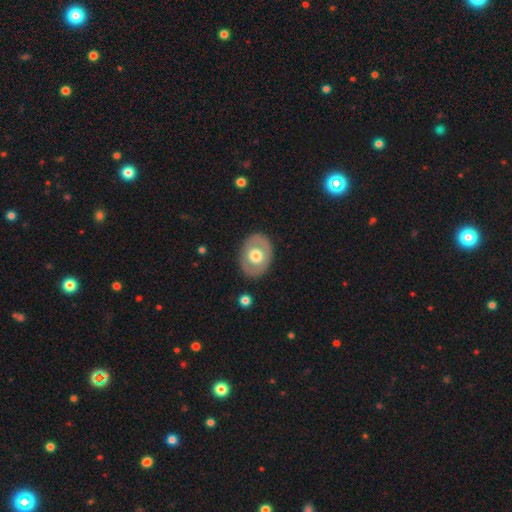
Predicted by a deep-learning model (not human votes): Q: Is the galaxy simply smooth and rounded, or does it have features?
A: smooth — 54%.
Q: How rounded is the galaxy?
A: in between — 66%.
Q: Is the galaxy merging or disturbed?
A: none — 85%.